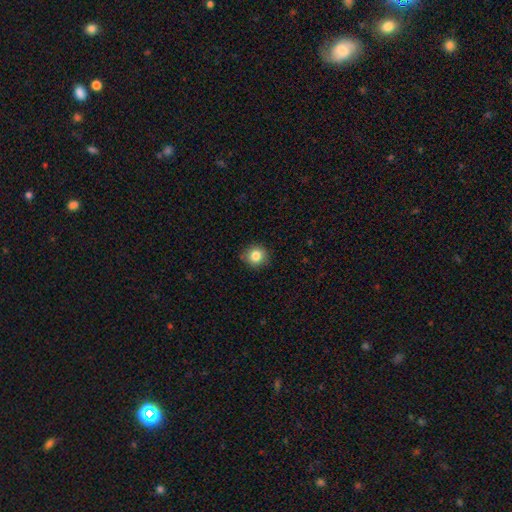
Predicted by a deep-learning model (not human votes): Q: Smooth or featured?
A: smooth (84%); runner-up: star or artifact (10%)
Q: How rounded?
A: round (91%); runner-up: in between (8%)
Q: Merging?
A: none (88%); runner-up: minor disturbance (9%)